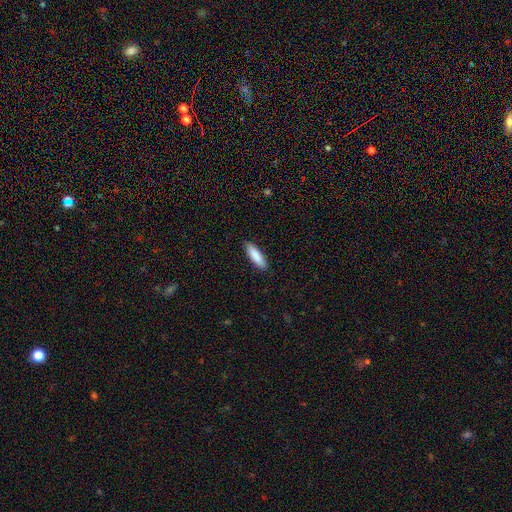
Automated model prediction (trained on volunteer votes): Q: Smooth or featured?
A: smooth (86%); runner-up: featured or disk (9%)
Q: How rounded?
A: cigar-shaped (63%); runner-up: in between (35%)
Q: Merging?
A: none (90%); runner-up: minor disturbance (8%)